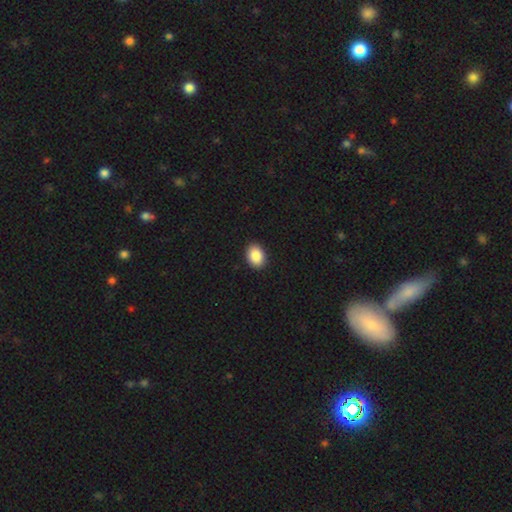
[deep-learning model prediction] Morphology: type=smooth (89%); roundness=in between (74%); merging=none (92%).